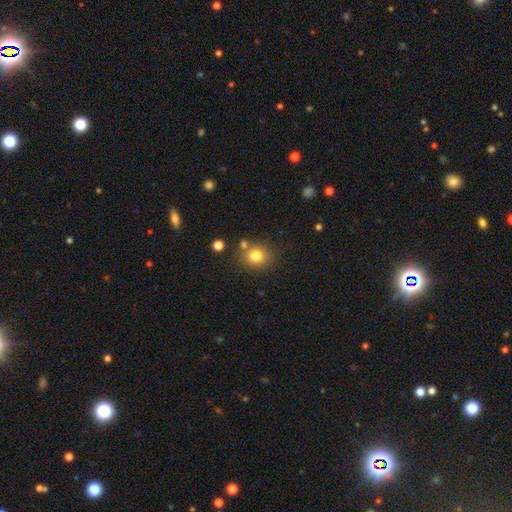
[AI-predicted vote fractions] Smooth or featured? Predicted: smooth (p=0.79). How rounded? Predicted: round (p=0.85). Merging? Predicted: none (p=0.75).